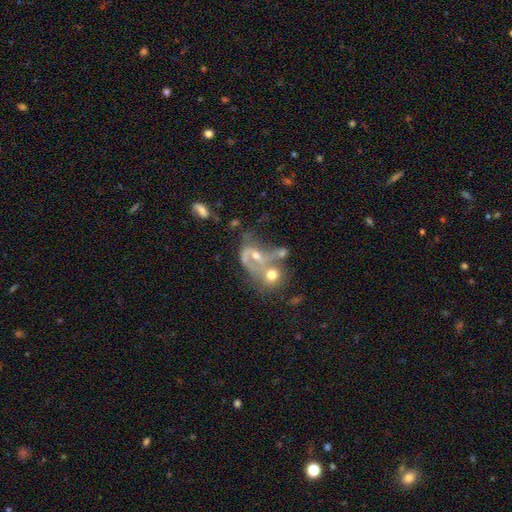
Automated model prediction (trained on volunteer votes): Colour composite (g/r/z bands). It shows a featured or disk galaxy (61%) with no bar (63%), spiral arms (56%) and a moderate central bulge (50%). Merging: merger (52%).